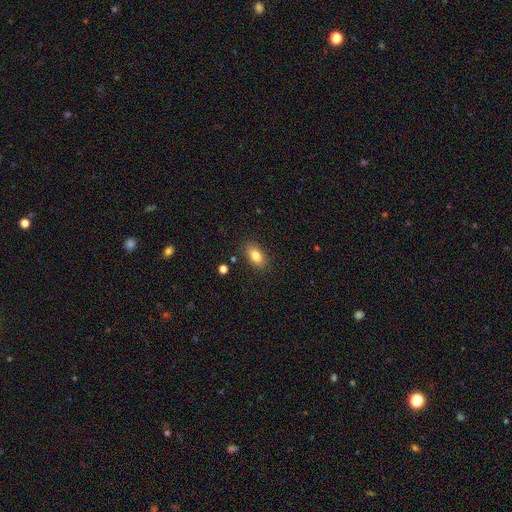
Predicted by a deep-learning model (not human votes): smooth-or-featured: smooth: 82% | featured or disk: 9% | star or artifact: 9%
  how-rounded: in between: 88% | round: 8% | cigar-shaped: 4%
  merging: none: 85% | minor disturbance: 10% | major disturbance: 3% | merger: 2%